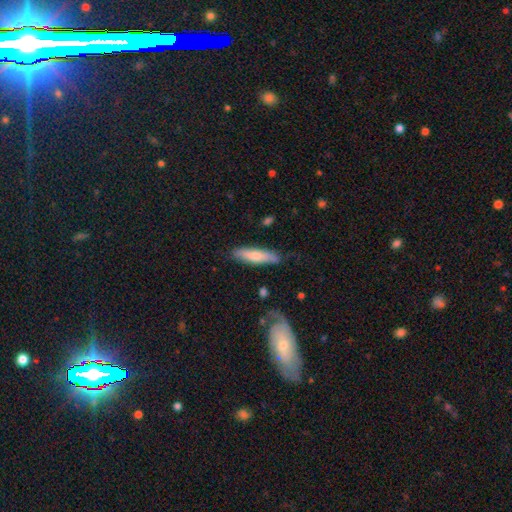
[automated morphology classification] Smooth or featured? smooth (65%)
How rounded? cigar-shaped (74%)
Merging? none (77%)